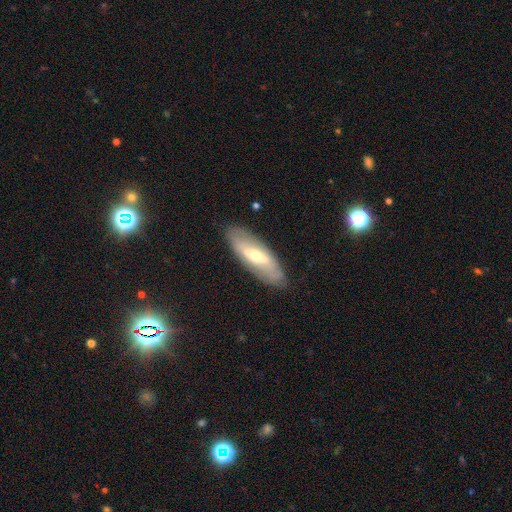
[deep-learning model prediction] Smooth or featured: featured or disk — 57% (smooth — 36%)
Edge-on disk: no — 75% (yes — 25%)
Merging: none — 83% (minor disturbance — 12%)